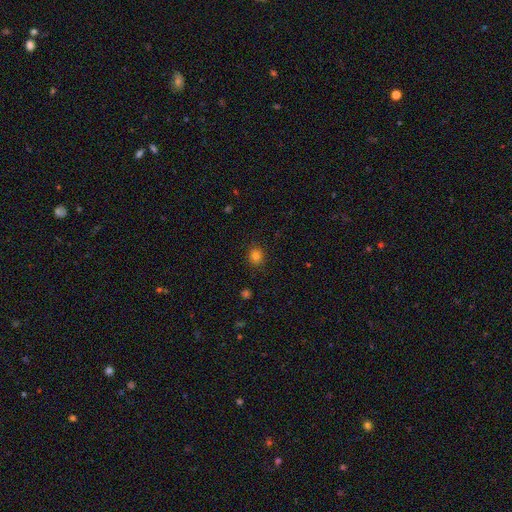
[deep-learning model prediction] The model was most divided on "how rounded": round: 75%, in between: 24%, cigar-shaped: 1%. More confident: merging — none (88%); smooth or featured — smooth (81%).